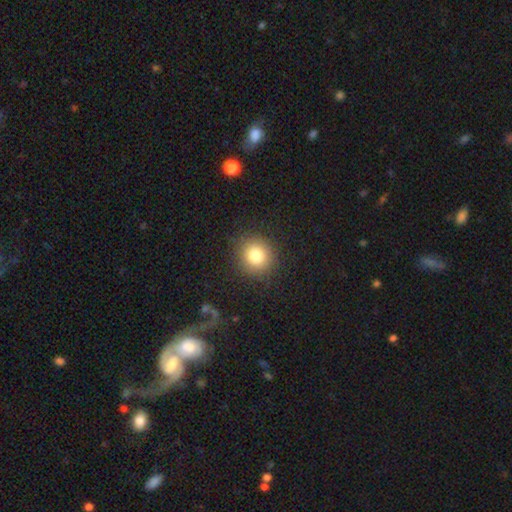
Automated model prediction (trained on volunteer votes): This appears to be a smooth galaxy with no disk features (81%) that is round (91%). Merging: none (88%).